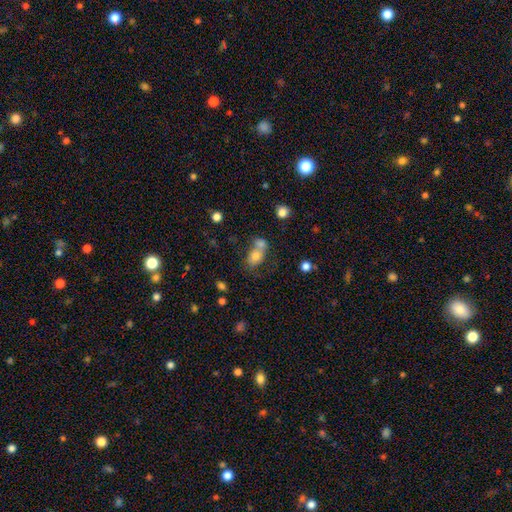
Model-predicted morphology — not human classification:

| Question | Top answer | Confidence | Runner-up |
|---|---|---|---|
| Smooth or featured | smooth | 76% | featured or disk (13%) |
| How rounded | in between | 68% | round (30%) |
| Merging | merger | 53% | none (32%) |